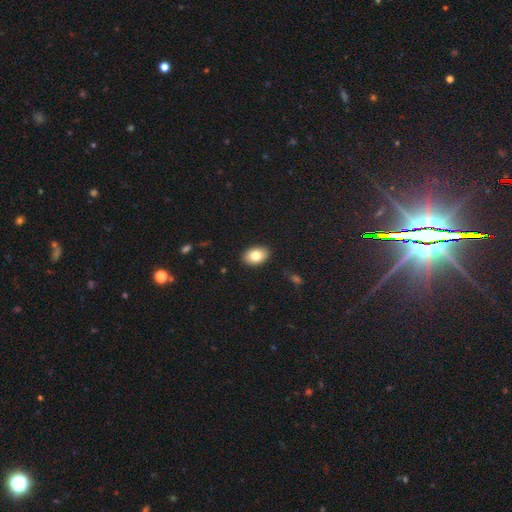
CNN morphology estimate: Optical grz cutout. It shows a smooth galaxy with no disk features (81%) that is in between round and cigar-shaped (84%). Merging: none (89%).